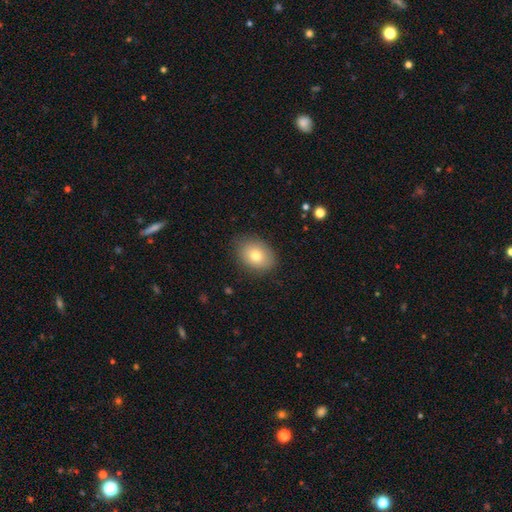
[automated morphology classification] A smooth galaxy with no disk features (77%) that is in between round and cigar-shaped (67%).

Vote fractions:
- Smooth or featured? smooth: 77% / featured or disk: 14% / star or artifact: 9%
- How rounded? in between: 67% / round: 32% / cigar-shaped: 1%
- Merging? none: 82% / minor disturbance: 14% / major disturbance: 3% / merger: 1%